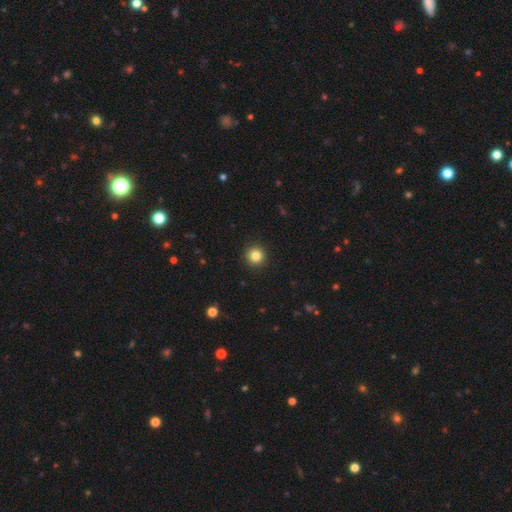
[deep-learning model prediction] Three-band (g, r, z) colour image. It shows a smooth galaxy with no disk features (83%) that is round (95%). Merging: none (93%).